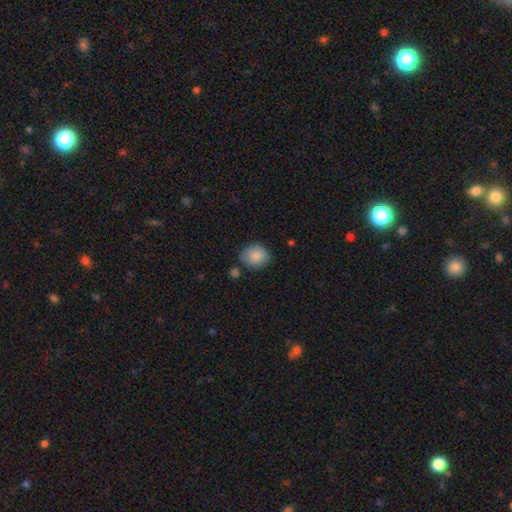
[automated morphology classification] A smooth galaxy with no disk features (88%) that is round (65%). Merging: none (73%).